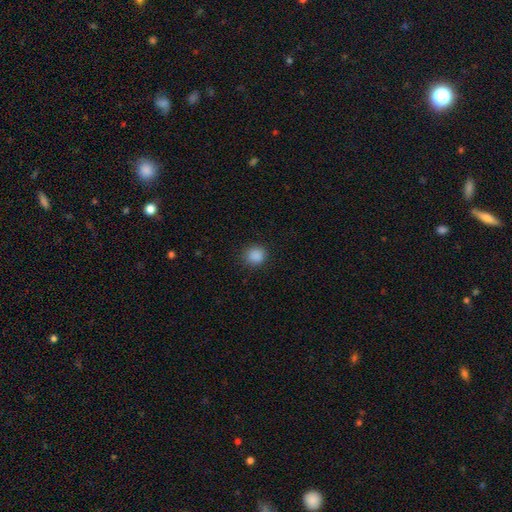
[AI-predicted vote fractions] This appears to be a smooth galaxy with no disk features (87%) that is round (86%). Merging: none (88%).